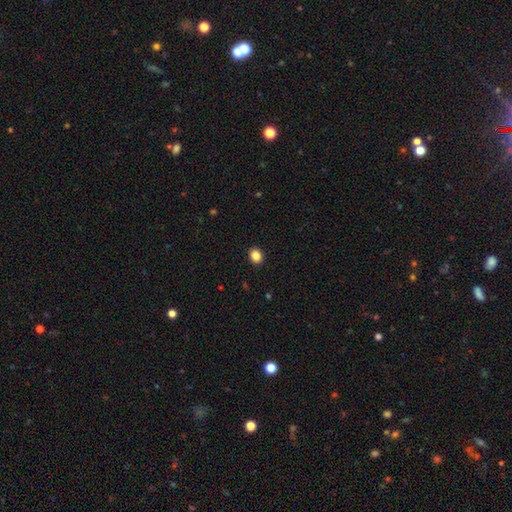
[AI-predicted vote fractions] Smooth or featured: smooth — 86% (star or artifact — 10%)
How rounded: round — 50% (in between — 49%)
Merging: none — 91% (minor disturbance — 6%)